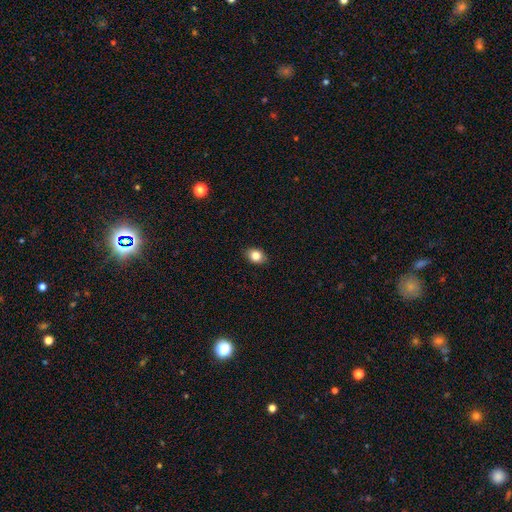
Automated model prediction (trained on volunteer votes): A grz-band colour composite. It shows a smooth galaxy with no disk features (83%) that is in between round and cigar-shaped (67%). Merging: none (88%).